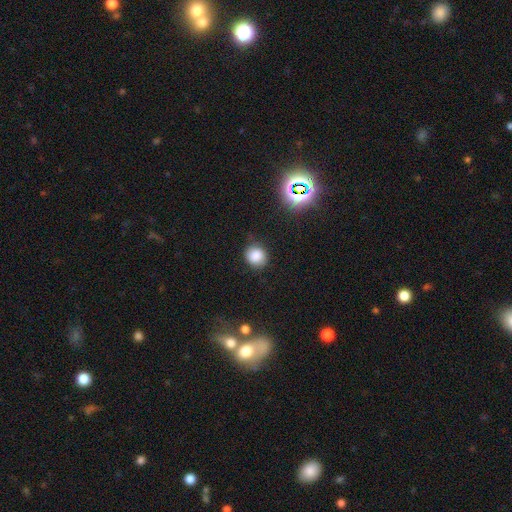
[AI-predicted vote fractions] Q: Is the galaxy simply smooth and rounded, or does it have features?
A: smooth — 81%.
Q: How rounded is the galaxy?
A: round — 82%.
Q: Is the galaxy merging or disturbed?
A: none — 77%.